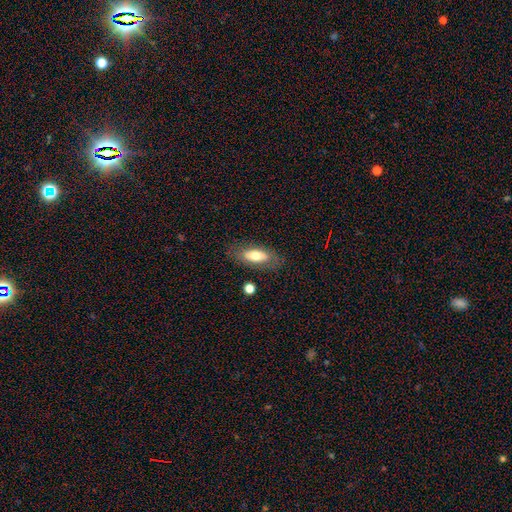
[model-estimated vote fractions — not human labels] The model was most divided on "smooth or featured": smooth: 64%, featured or disk: 29%, star or artifact: 7%. More confident: how rounded — in between (80%); merging — none (78%).